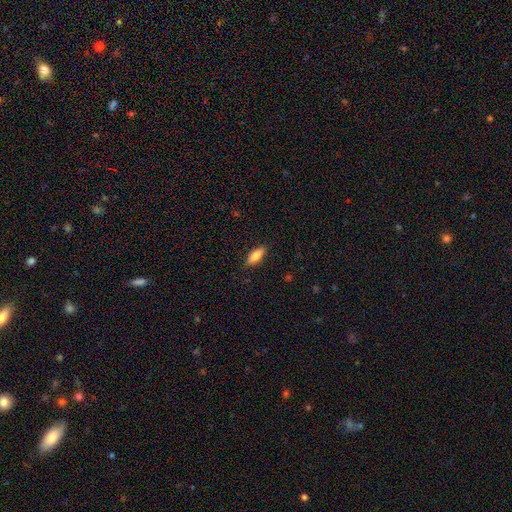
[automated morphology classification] Smooth or featured? smooth (78%)
How rounded? in between (64%)
Merging? none (87%)